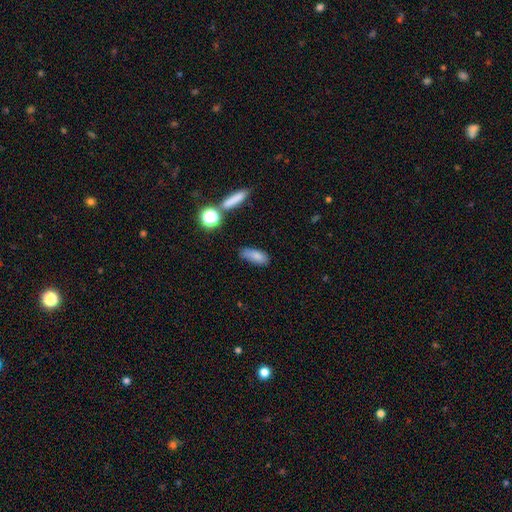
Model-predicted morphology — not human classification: This is clearly a smooth galaxy (81%). How rounded: likely in between (69%). Merging: likely none (64%).